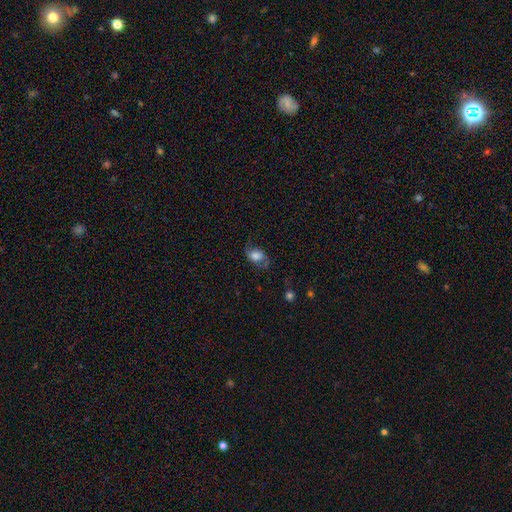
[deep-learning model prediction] smooth-or-featured: smooth: 59% | featured or disk: 31% | star or artifact: 9%
  how-rounded: in between: 77% | round: 21% | cigar-shaped: 2%
  merging: none: 56% | minor disturbance: 25% | major disturbance: 18% | merger: 2%